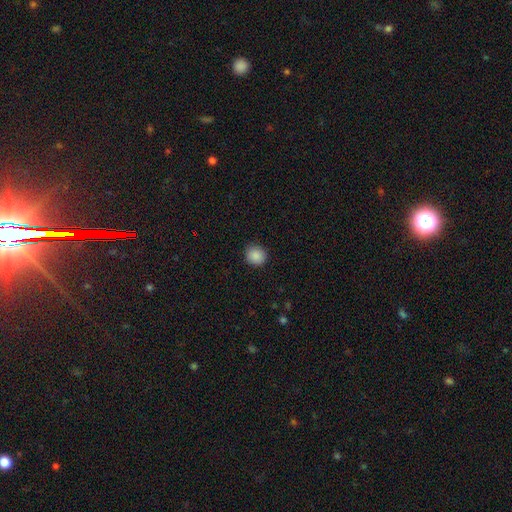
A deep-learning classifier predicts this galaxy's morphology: The model was most divided on "how rounded": round: 89%, in between: 10%, cigar-shaped: 1%. More confident: merging — none (89%); smooth or featured — smooth (88%).